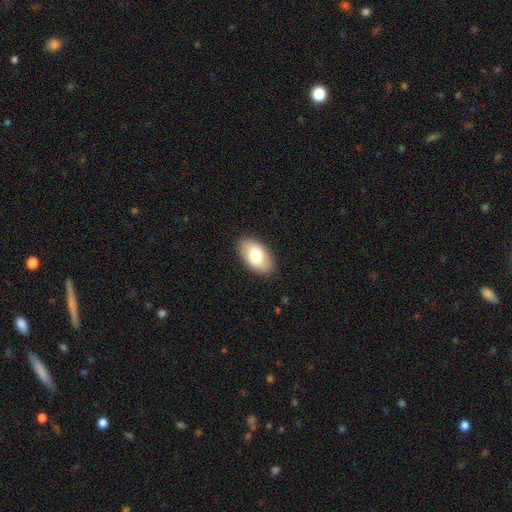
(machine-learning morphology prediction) Overall: smooth (75%). How rounded: in between (94%). Merging: none (88%).